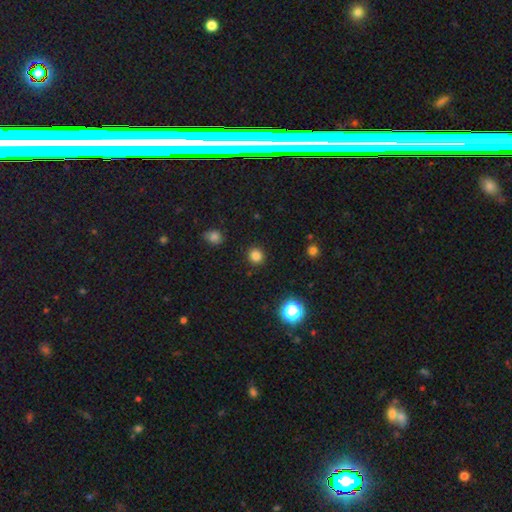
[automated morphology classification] The model was most divided on "smooth or featured": smooth: 82%, star or artifact: 14%, featured or disk: 4%. More confident: merging — none (91%); how rounded — round (91%).